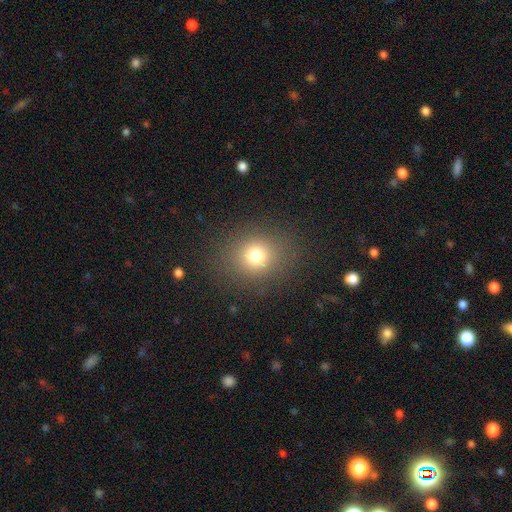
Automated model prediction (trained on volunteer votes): The model was most divided on "how rounded": round: 74%, in between: 25%, cigar-shaped: 1%. More confident: merging — none (86%); smooth or featured — smooth (74%).